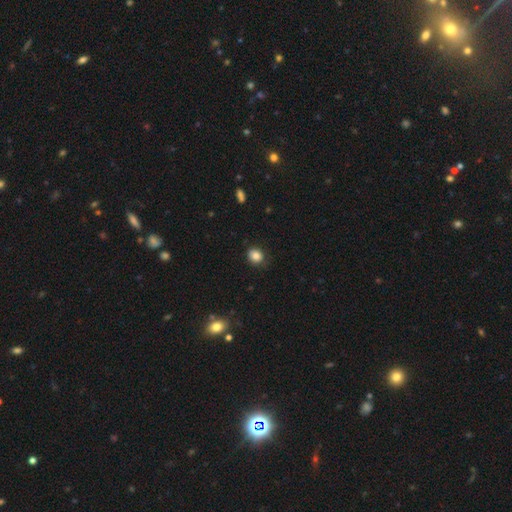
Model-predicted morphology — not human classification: A smooth galaxy with no disk features (84%) that is round (70%). Merging: none (81%).